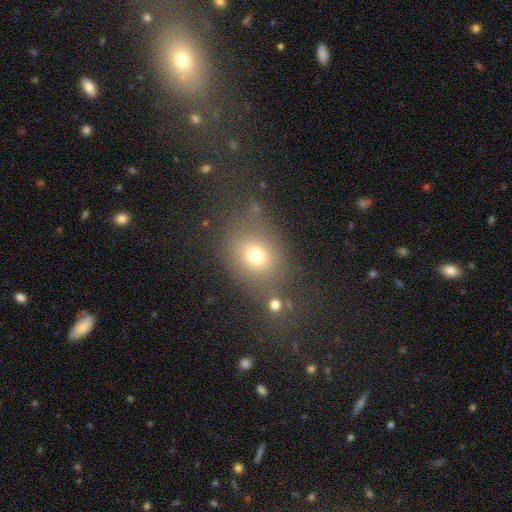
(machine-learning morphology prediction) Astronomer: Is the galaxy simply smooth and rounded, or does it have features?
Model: smooth — 71%.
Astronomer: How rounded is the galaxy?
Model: round — 52% (runner-up: in between, 47%).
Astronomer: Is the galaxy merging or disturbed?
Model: none — 60%.